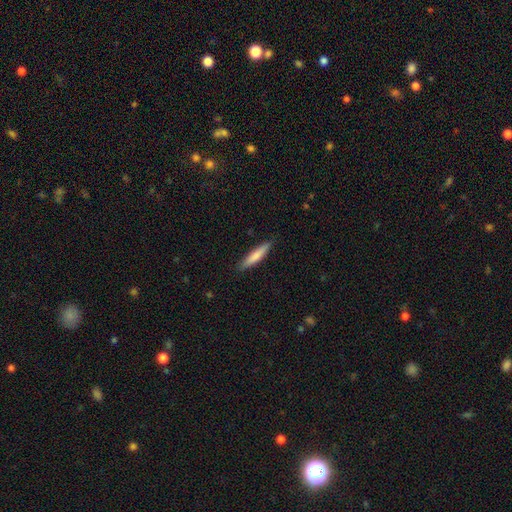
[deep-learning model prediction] A smooth galaxy with no disk features (75%) that is cigar-shaped (87%). Merging: none (88%).